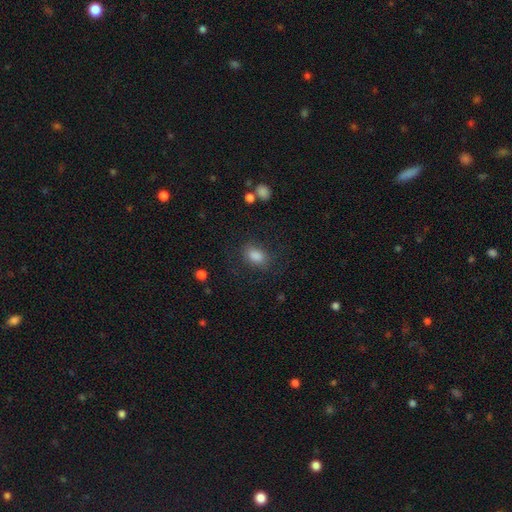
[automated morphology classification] type=smooth (83%); roundness=in between (78%); merging=none (75%).